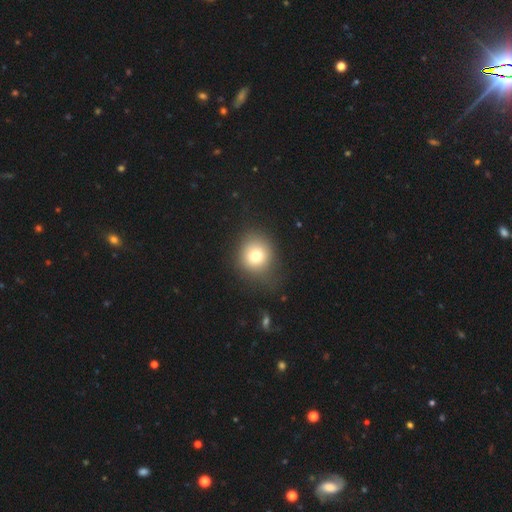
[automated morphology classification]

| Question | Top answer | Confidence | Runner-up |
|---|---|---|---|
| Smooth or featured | smooth | 75% | star or artifact (13%) |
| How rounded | round | 83% | in between (17%) |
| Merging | none | 73% | minor disturbance (17%) |